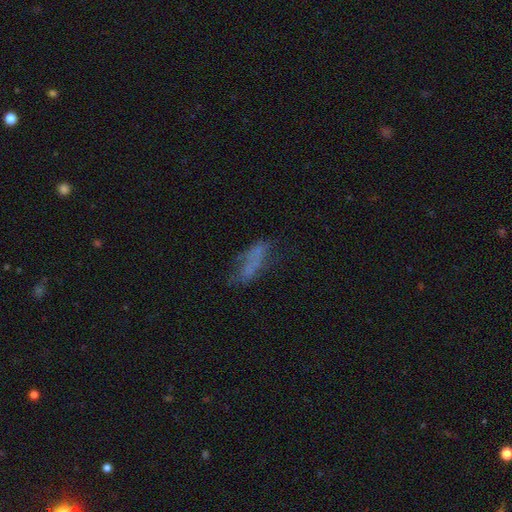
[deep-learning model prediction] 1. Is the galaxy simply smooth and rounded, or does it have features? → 50% smooth, 34% featured or disk, 15% star or artifact.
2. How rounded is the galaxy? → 68% in between, 29% cigar-shaped, 3% round.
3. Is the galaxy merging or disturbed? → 42% none, 26% major disturbance, 24% minor disturbance, 8% merger.